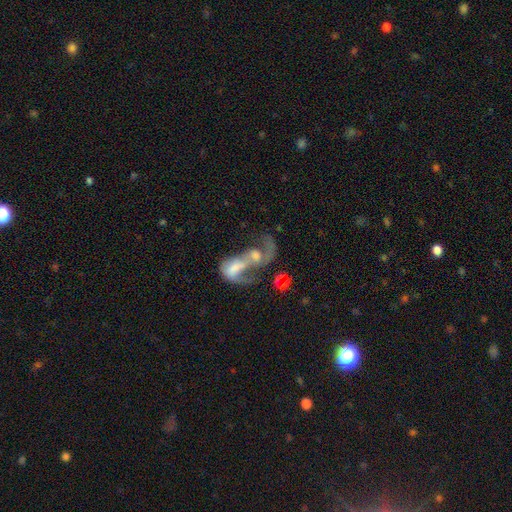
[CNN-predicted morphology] Smooth or featured: featured or disk — 55% (smooth — 35%)
Edge-on disk: no — 96% (yes — 4%)
Bar: no — 68% (weak — 24%)
Spiral arms: yes — 55% (no — 45%)
Bulge size: moderate — 36% (none — 24%)
Merging: merger — 74% (major disturbance — 15%)